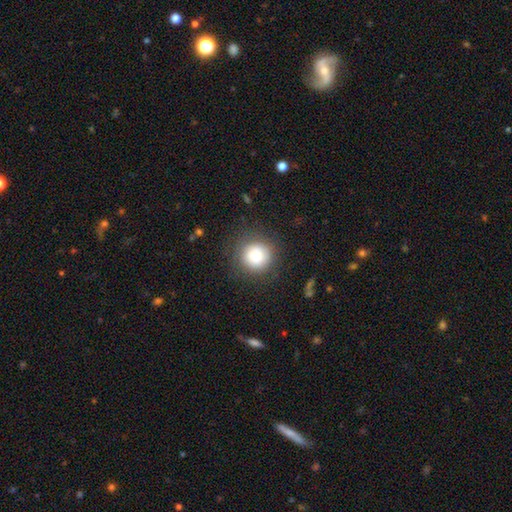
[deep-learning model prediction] smooth-or-featured: smooth: 81% | star or artifact: 10% | featured or disk: 9%
  how-rounded: round: 93% | in between: 6% | cigar-shaped: 1%
  merging: none: 83% | minor disturbance: 11% | major disturbance: 5% | merger: 1%